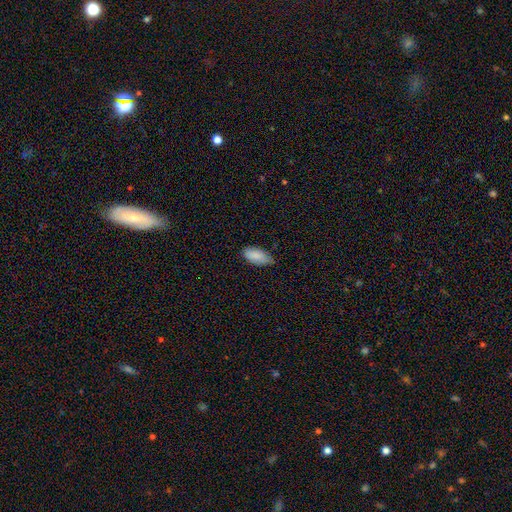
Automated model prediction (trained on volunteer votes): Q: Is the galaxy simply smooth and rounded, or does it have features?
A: smooth — 88%.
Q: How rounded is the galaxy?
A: in between — 90%.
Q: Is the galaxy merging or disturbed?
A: none — 69%.